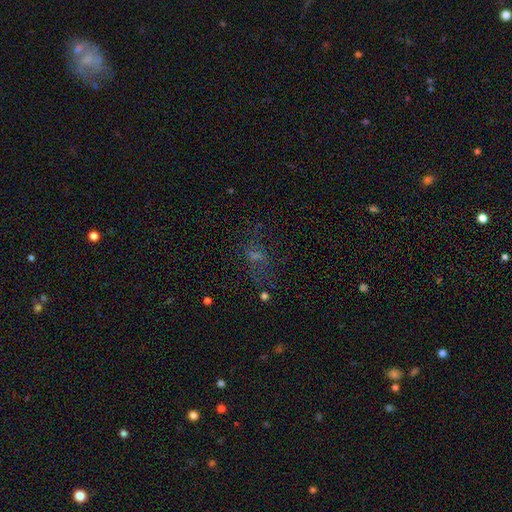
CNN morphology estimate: Smooth or featured? star or artifact (48%)